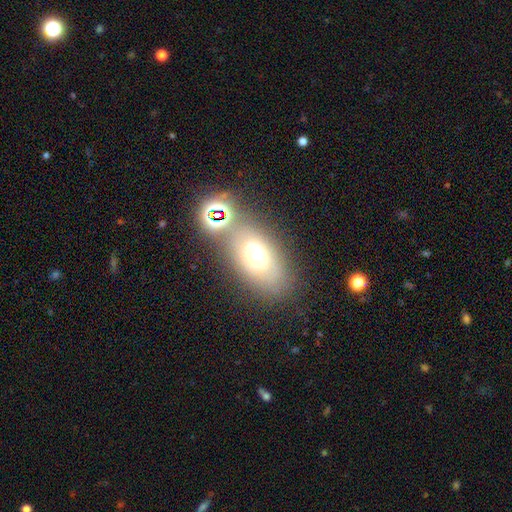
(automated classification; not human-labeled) This appears to be a smooth galaxy with no disk features (54%) that is in between round and cigar-shaped (84%). Merging: none (66%).